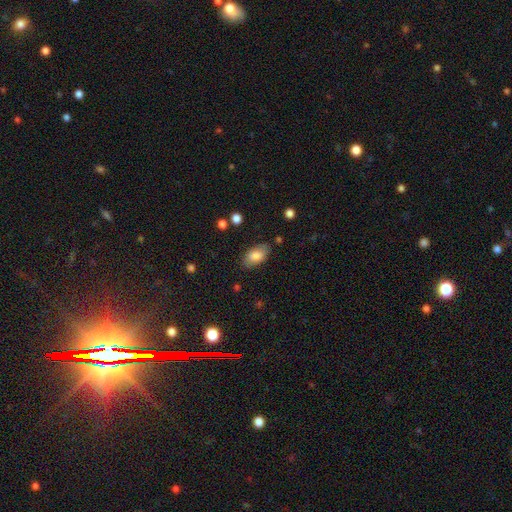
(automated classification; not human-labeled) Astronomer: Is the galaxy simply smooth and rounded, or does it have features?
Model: smooth — 82%.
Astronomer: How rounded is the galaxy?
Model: in between — 93%.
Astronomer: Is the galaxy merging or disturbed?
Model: none — 80%.